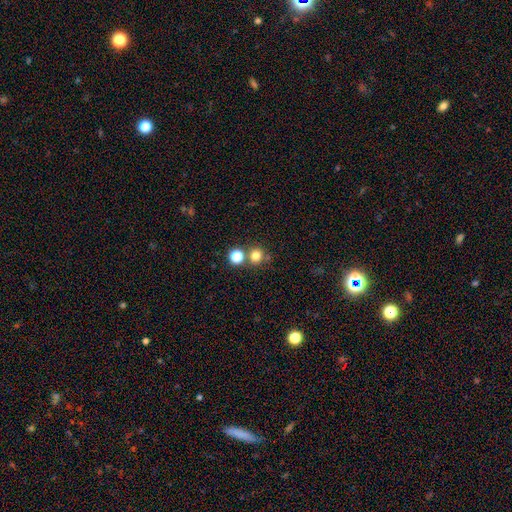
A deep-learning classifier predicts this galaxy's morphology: This appears to be a smooth galaxy with no disk features (76%) that is round (90%). Merging: none (70%).